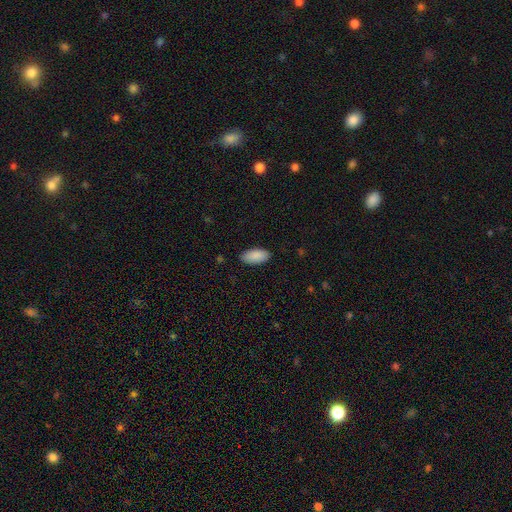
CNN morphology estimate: Smooth or featured? smooth (90%)
How rounded? in between (93%)
Merging? none (87%)